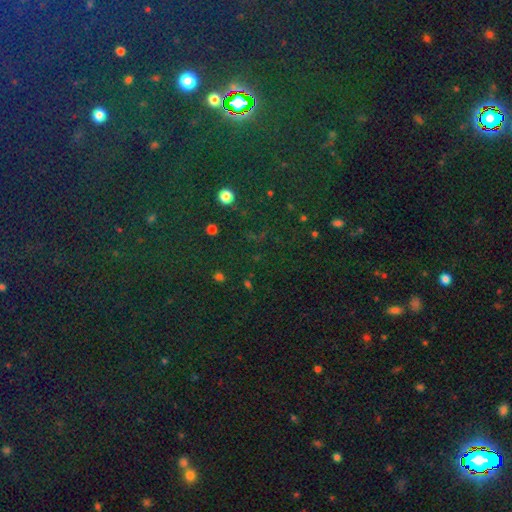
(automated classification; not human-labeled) This appears to be a star or artifact, not a galaxy (80%).